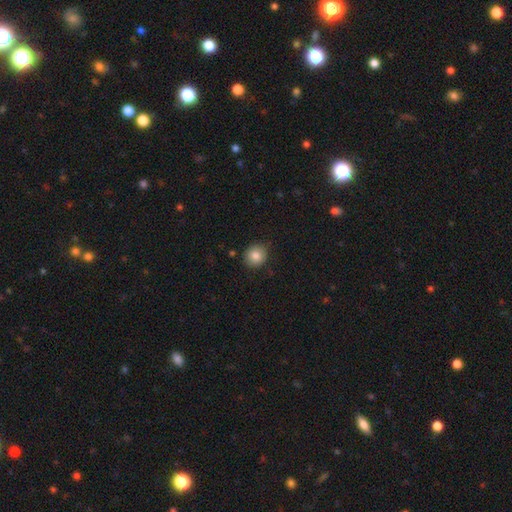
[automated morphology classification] smooth-or-featured: smooth: 84% | star or artifact: 9% | featured or disk: 7%
  how-rounded: round: 86% | in between: 13% | cigar-shaped: 1%
  merging: none: 88% | minor disturbance: 9% | major disturbance: 2% | merger: 1%